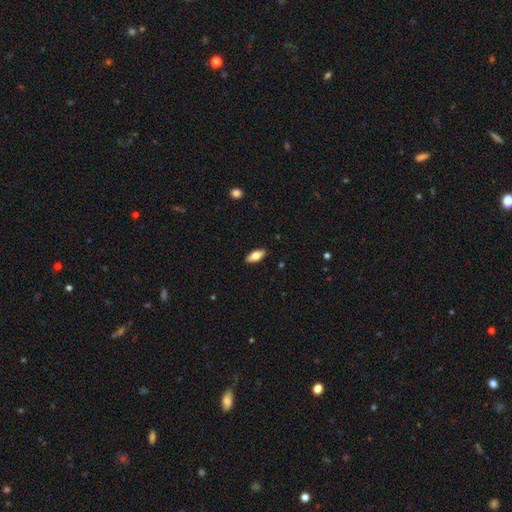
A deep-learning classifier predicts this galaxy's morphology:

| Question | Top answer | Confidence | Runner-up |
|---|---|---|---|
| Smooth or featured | smooth | 71% | featured or disk (23%) |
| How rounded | in between | 81% | cigar-shaped (17%) |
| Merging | none | 89% | minor disturbance (8%) |